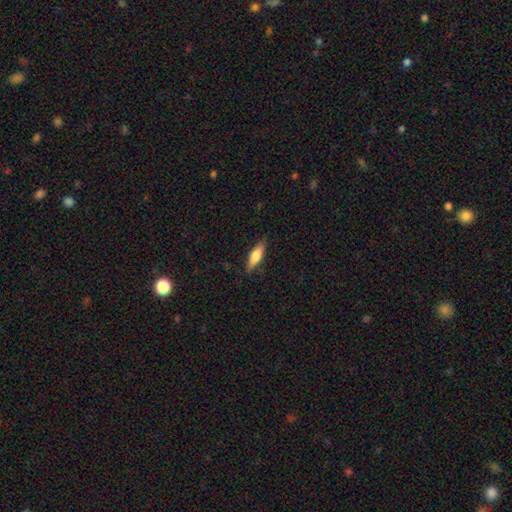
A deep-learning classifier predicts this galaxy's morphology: A smooth galaxy with no disk features (68%) that is in between round and cigar-shaped (49%). Merging: none (83%).